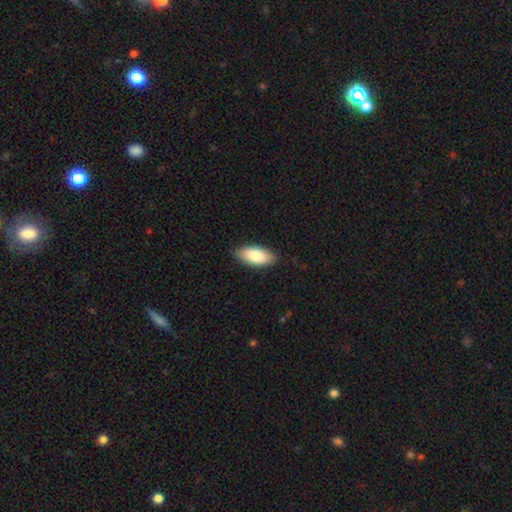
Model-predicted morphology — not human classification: This appears to be a smooth galaxy with no disk features (85%) that is in between round and cigar-shaped (89%). Merging: none (87%).